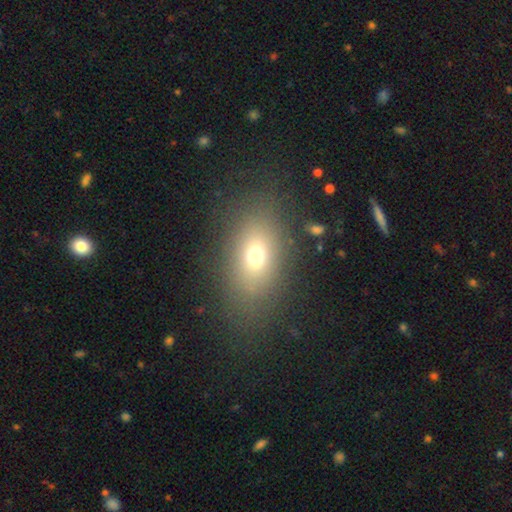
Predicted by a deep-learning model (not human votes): Overall: smooth (69%). How rounded: in between (79%). Merging: none (80%).